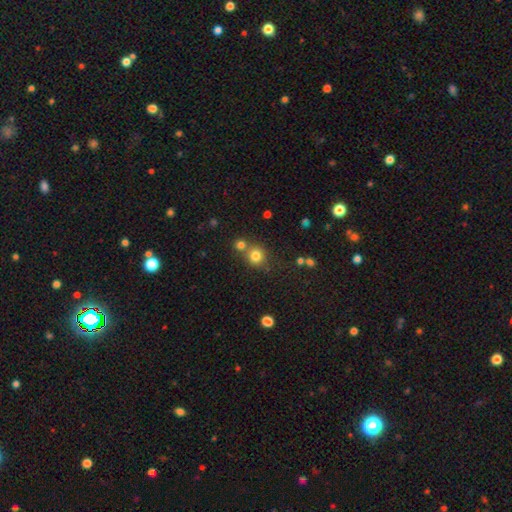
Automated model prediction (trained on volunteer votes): smooth 79%, star or artifact 14%, featured or disk 7%. Down the decision tree: how rounded — round (89%); merging — none (64%).